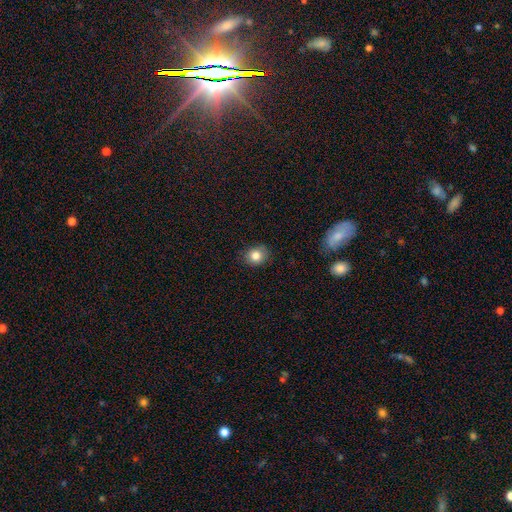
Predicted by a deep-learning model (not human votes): smooth_or_featured: smooth (p=0.82) [alt: star or artifact p=0.10]
how_rounded: round (p=0.69) [alt: in between p=0.30]
merging: none (p=0.84) [alt: minor disturbance p=0.12]